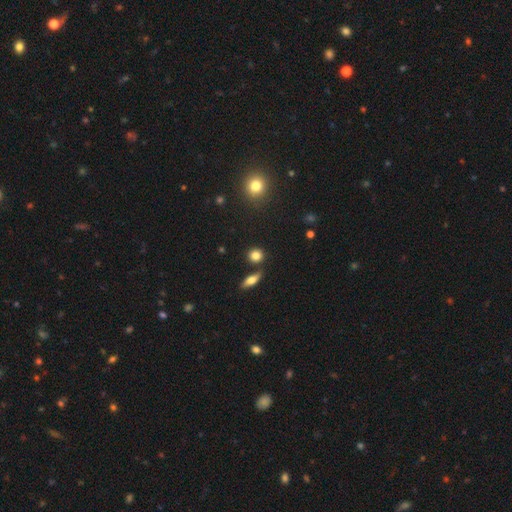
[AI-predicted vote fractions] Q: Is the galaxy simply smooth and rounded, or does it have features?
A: smooth — 82%.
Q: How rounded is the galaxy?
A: round — 81%.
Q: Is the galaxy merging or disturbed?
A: none — 80%.